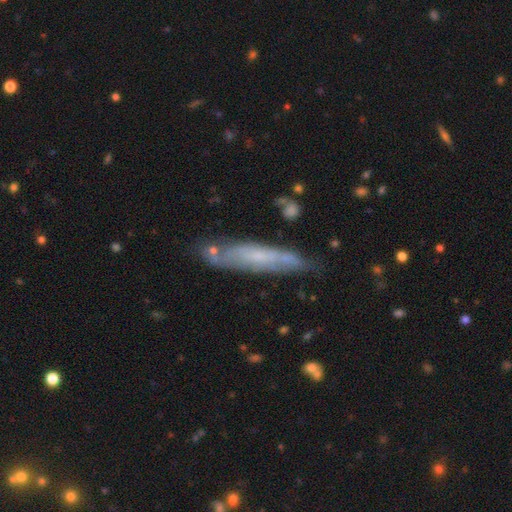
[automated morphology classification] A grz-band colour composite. It shows a featured or disk galaxy (53%) viewed edge-on (61%). Merging: none (73%).